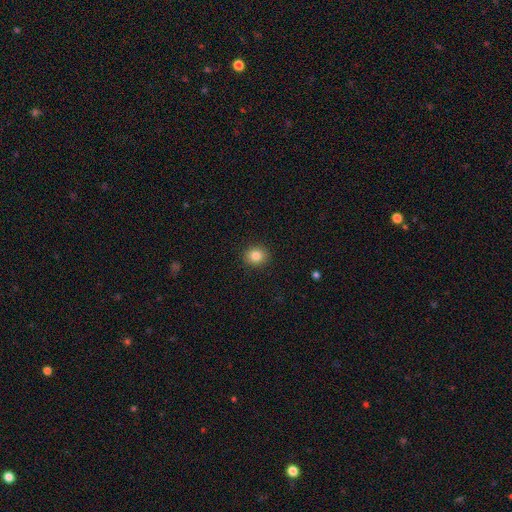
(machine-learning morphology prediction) Smooth or featured? Predicted: smooth (p=0.84). How rounded? Predicted: round (p=0.75). Merging? Predicted: none (p=0.91).